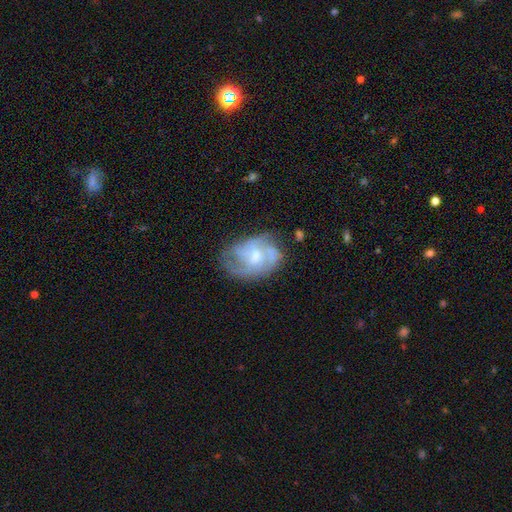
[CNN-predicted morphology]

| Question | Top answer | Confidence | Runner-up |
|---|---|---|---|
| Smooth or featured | featured or disk | 72% | smooth (21%) |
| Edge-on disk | no | 97% | yes (3%) |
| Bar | no | 46% | tied: weak (46%) |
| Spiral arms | yes | 79% | no (21%) |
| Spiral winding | medium | 44% | tight (35%) |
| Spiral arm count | can't tell | 36% | 2 (23%) |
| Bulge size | small | 48% | moderate (43%) |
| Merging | none | 52% | minor disturbance (26%) |